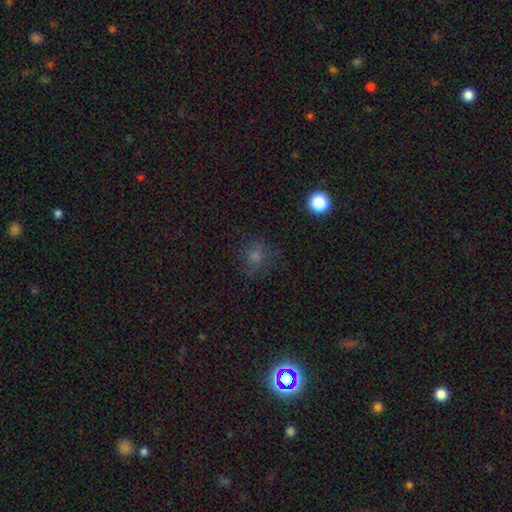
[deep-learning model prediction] The model was most divided on "smooth or featured": smooth: 72%, star or artifact: 19%, featured or disk: 10%. More confident: how rounded — round (79%); merging — none (73%).